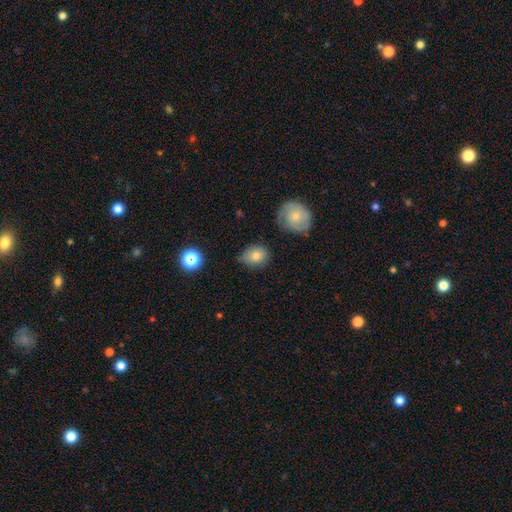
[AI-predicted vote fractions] Overall: smooth (78%). How rounded: in between (51%; round 47%). Merging: none (69%).